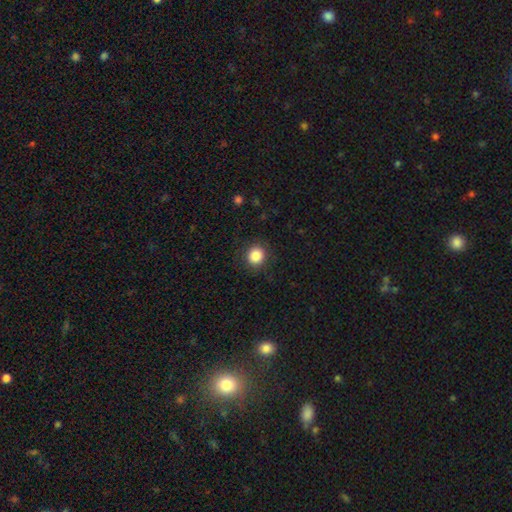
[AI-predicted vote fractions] Overall: smooth (85%). How rounded: round (88%). Merging: none (89%).